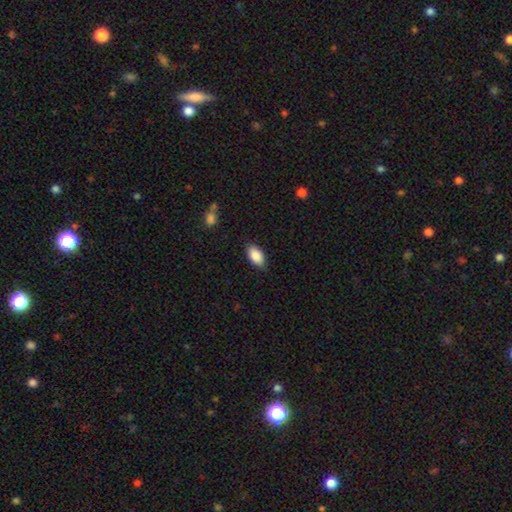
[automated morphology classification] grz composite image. It shows a smooth galaxy with no disk features (88%) that is in between round and cigar-shaped (93%). Merging: none (86%).